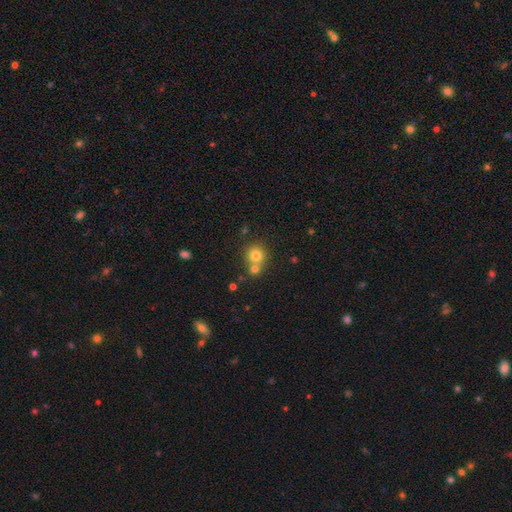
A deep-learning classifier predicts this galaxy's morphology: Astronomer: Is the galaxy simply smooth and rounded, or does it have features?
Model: smooth — 76%.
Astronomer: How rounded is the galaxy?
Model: round — 88%.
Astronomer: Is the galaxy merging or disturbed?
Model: none — 53% (runner-up: merger, 37%).